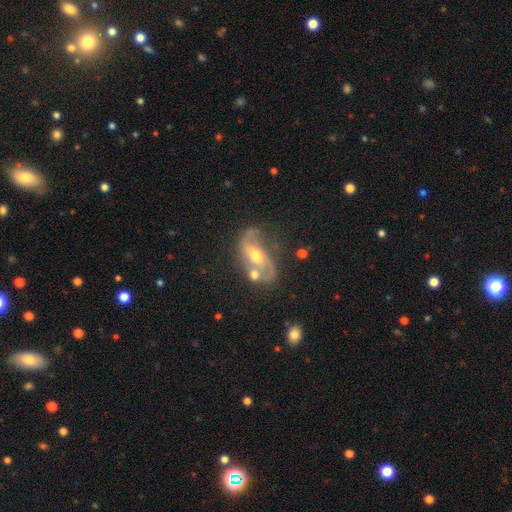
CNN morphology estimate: featured or disk 78%, smooth 15%, star or artifact 7%. Down the decision tree: edge-on disk — no (94%); bar — weak (40%); spiral arms — yes (86%); spiral arm count — 2 (86%); spiral winding — loose (52%); bulge size — moderate (68%); merging — none (53%).